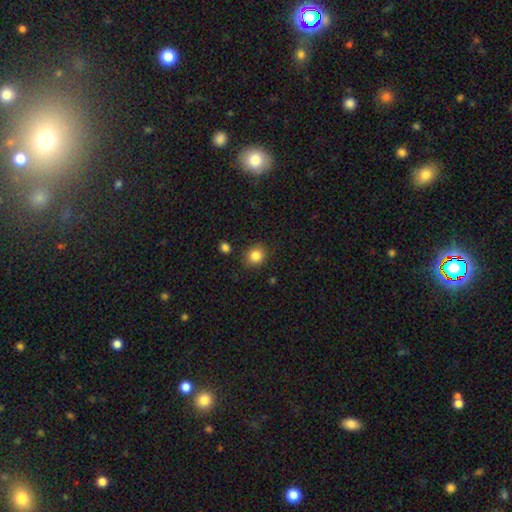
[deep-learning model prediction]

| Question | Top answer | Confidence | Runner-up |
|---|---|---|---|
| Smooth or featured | smooth | 84% | star or artifact (10%) |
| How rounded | round | 76% | in between (23%) |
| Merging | none | 85% | minor disturbance (10%) |